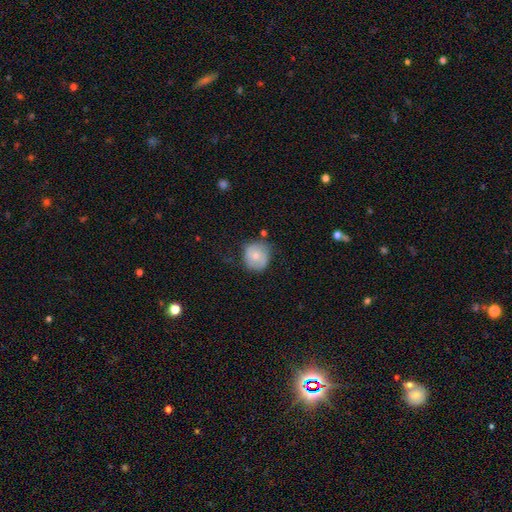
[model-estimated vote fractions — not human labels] Overall: smooth (64%; featured or disk 29%). How rounded: round (86%). Merging: none (64%; minor disturbance 27%).